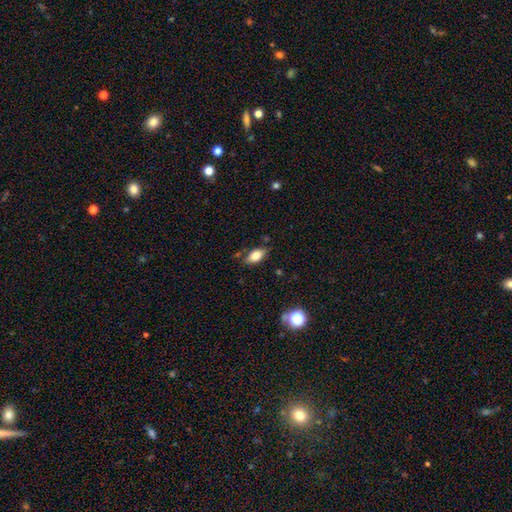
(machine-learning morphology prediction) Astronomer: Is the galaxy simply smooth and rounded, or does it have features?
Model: smooth — 78%.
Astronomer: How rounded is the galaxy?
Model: in between — 88%.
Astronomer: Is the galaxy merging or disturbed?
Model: none — 77%.